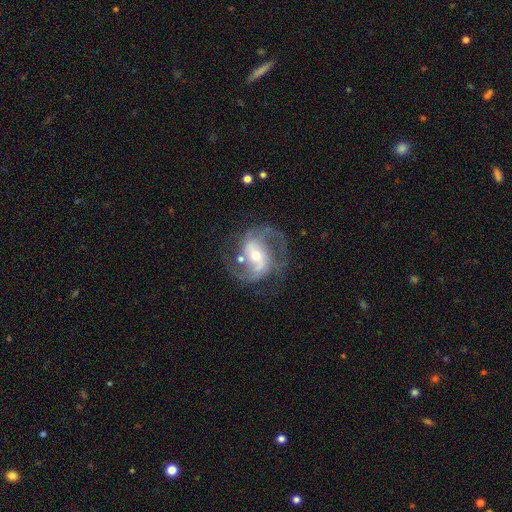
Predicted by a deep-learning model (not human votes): Smooth or featured: featured or disk — 89% (smooth — 6%)
Edge-on disk: no — 97% (yes — 3%)
Bar: strong — 42% (weak — 37%)
Spiral arms: yes — 96% (no — 4%)
Spiral winding: medium — 60% (loose — 25%)
Spiral arm count: 2 — 90% (can't tell — 3%)
Bulge size: moderate — 50% (small — 45%)
Merging: none — 73% (minor disturbance — 14%)